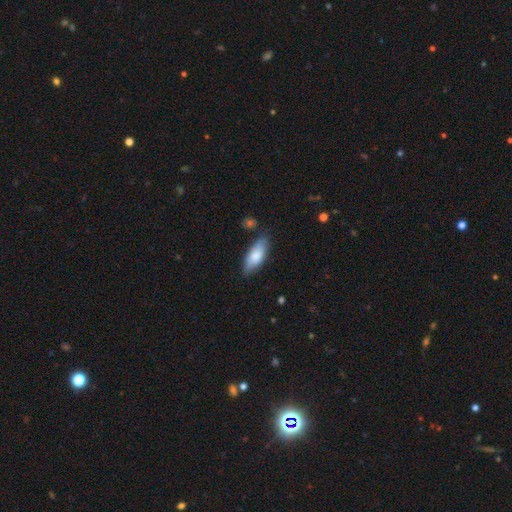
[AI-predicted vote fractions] smooth_or_featured: smooth (p=0.75) [alt: featured or disk p=0.19]
how_rounded: in between (p=0.75) [alt: cigar-shaped p=0.23]
merging: none (p=0.75) [alt: minor disturbance p=0.18]